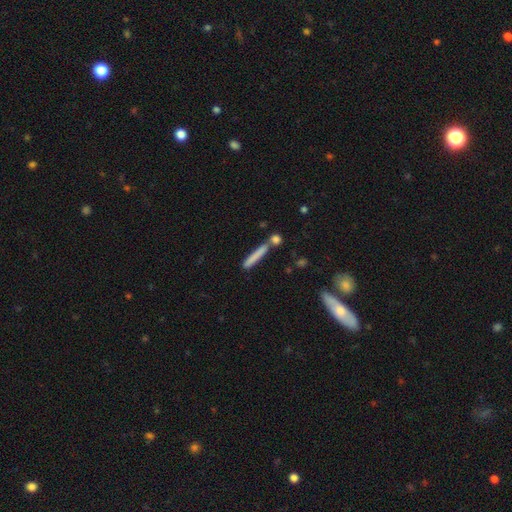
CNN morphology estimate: Smooth or featured? smooth (72%)
How rounded? cigar-shaped (94%)
Merging? none (70%)